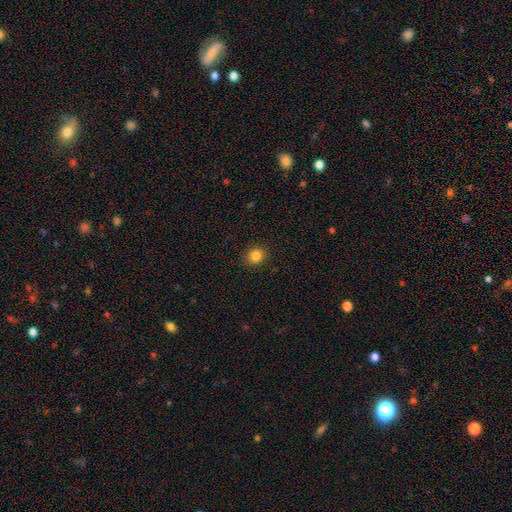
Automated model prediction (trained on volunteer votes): A smooth galaxy with no disk features (84%) that is round (77%).

Vote fractions:
- Smooth or featured? smooth: 84% / star or artifact: 11% / featured or disk: 5%
- How rounded? round: 77% / in between: 22% / cigar-shaped: 1%
- Merging? none: 90% / minor disturbance: 7% / major disturbance: 2% / merger: 1%